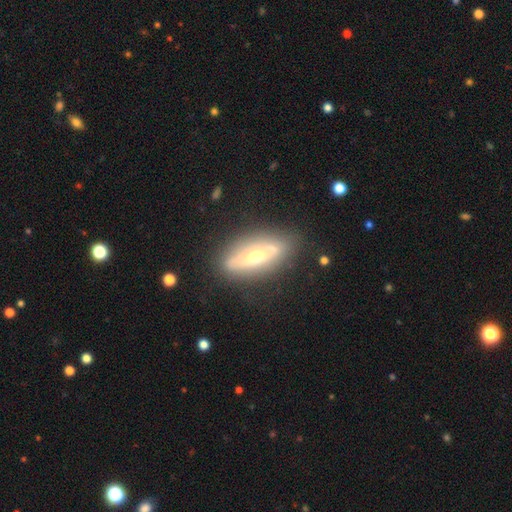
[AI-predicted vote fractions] Morphology: type=featured or disk (59%); edge-on=yes (52%); merging=none (78%).